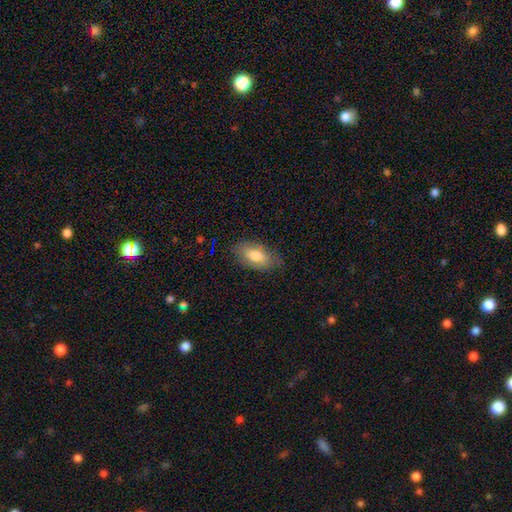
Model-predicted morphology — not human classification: Overall: smooth (78%). How rounded: in between (91%). Merging: none (80%).